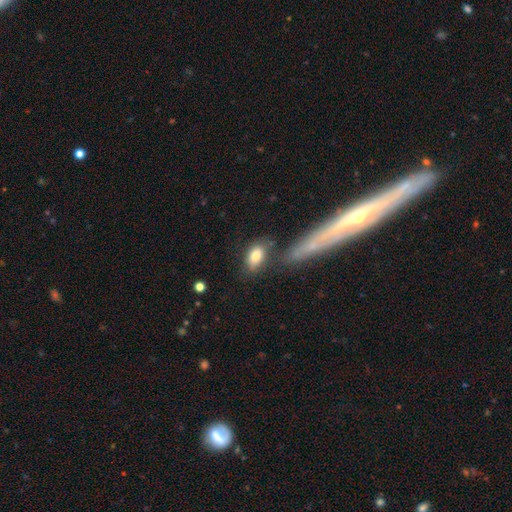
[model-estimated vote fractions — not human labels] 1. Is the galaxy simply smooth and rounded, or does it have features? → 80% smooth, 13% featured or disk, 8% star or artifact.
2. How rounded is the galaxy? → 85% in between, 9% round, 6% cigar-shaped.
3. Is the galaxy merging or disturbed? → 63% none, 17% minor disturbance, 14% merger, 6% major disturbance.